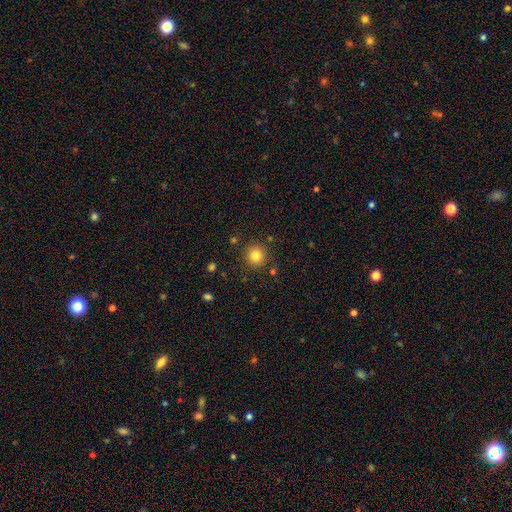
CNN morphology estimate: Smooth or featured: smooth — 82% (star or artifact — 12%)
How rounded: round — 94% (in between — 5%)
Merging: none — 89% (minor disturbance — 7%)